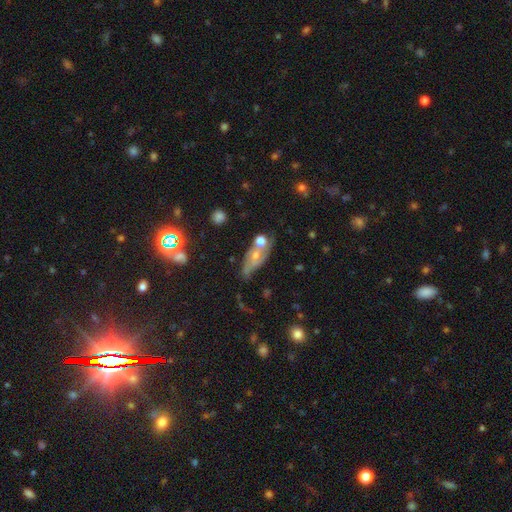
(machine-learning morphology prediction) Overall: featured or disk (49%; smooth 38%). Merging: none (37%; merger 29%).